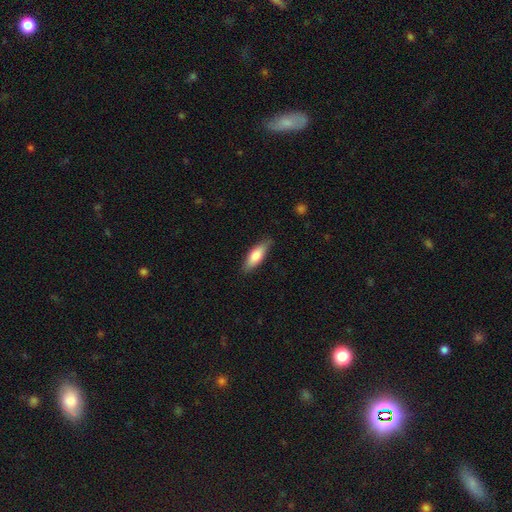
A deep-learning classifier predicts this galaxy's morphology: smooth-or-featured: smooth: 74% | featured or disk: 21% | star or artifact: 6%
  how-rounded: in between: 59% | cigar-shaped: 39% | round: 2%
  merging: none: 83% | minor disturbance: 13% | major disturbance: 2% | merger: 1%